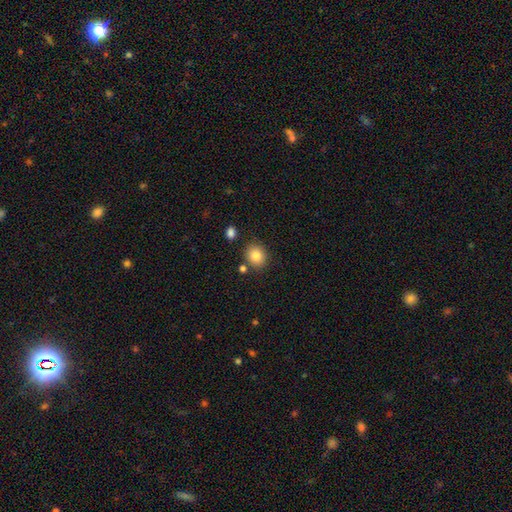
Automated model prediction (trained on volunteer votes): Q: Smooth or featured?
A: smooth (85%); runner-up: star or artifact (9%)
Q: How rounded?
A: round (72%); runner-up: in between (27%)
Q: Merging?
A: none (81%); runner-up: minor disturbance (10%)